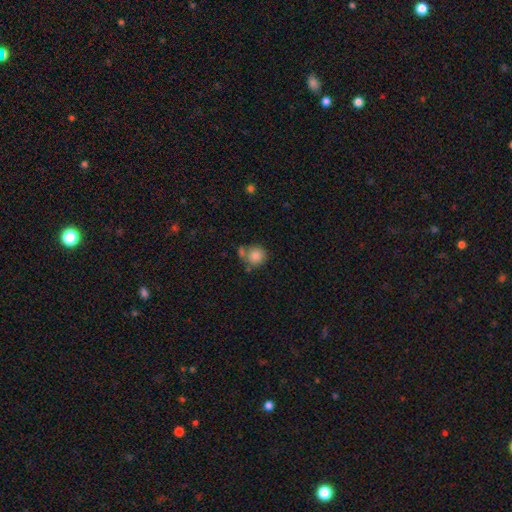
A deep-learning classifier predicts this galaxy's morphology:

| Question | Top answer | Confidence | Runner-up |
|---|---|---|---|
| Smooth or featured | smooth | 84% | star or artifact (9%) |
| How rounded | round | 90% | in between (9%) |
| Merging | none | 61% | merger (21%) |